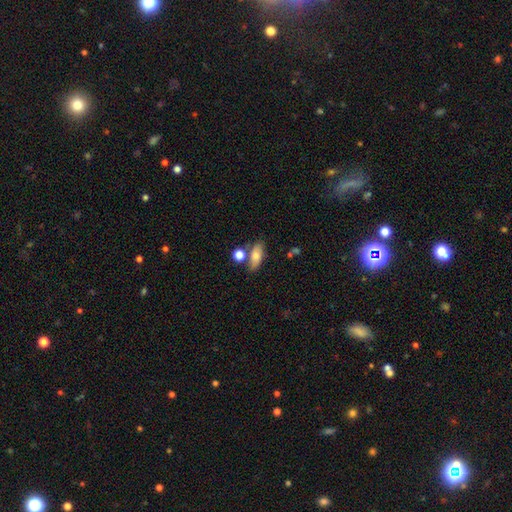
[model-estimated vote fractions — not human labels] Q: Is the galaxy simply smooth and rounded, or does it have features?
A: smooth — 75%.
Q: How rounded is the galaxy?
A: in between — 75%.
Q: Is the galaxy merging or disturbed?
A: none — 65%.